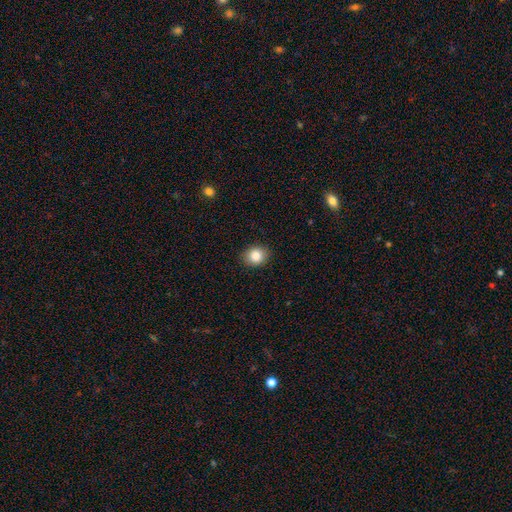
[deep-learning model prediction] Smooth or featured: smooth — 86% (star or artifact — 9%)
How rounded: round — 64% (in between — 35%)
Merging: none — 89% (minor disturbance — 8%)